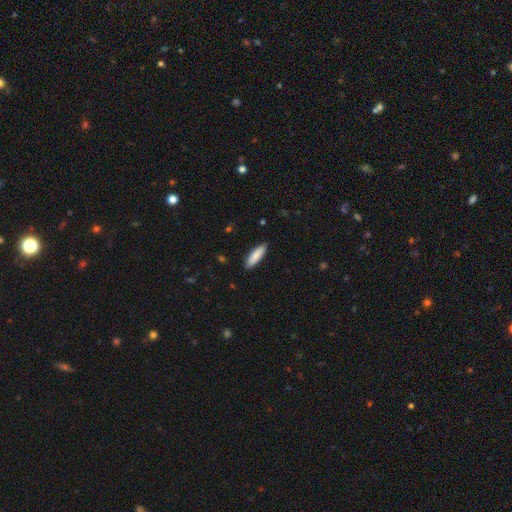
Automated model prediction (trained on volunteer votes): Overall: smooth (85%). How rounded: cigar-shaped (58%; in between 41%). Merging: none (88%).